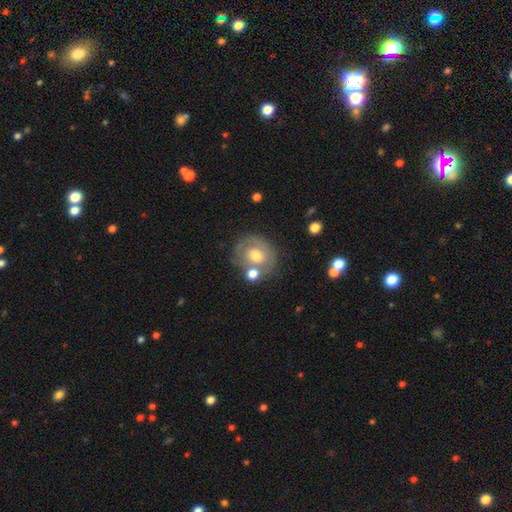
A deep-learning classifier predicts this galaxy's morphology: featured or disk 51%, smooth 41%, star or artifact 9%. Down the decision tree: edge-on disk — no (96%); merging — none (57%).